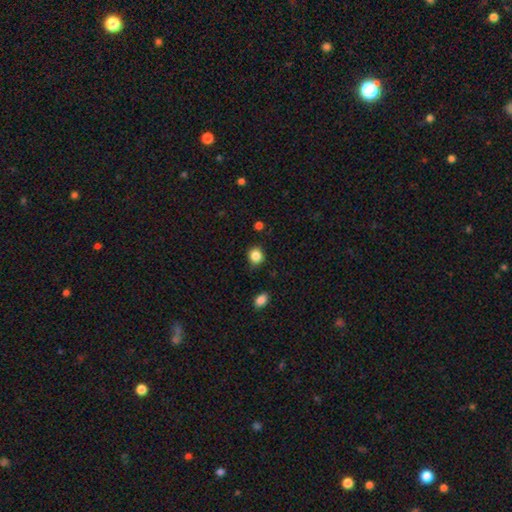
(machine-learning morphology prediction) smooth 85%, star or artifact 11%, featured or disk 4%. Down the decision tree: how rounded — round (80%); merging — none (83%).